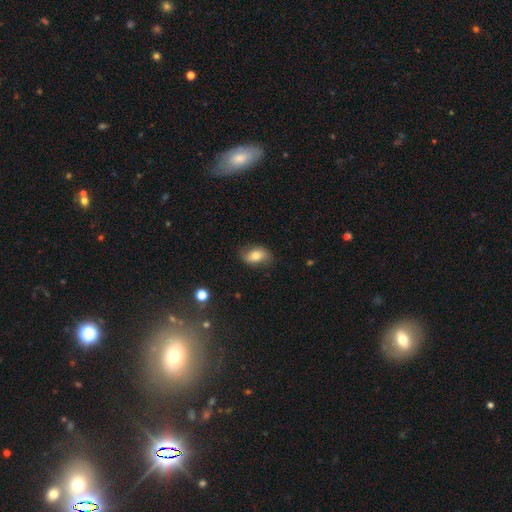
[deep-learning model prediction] smooth 74%, featured or disk 17%, star or artifact 8%. Down the decision tree: how rounded — in between (87%); merging — none (75%).